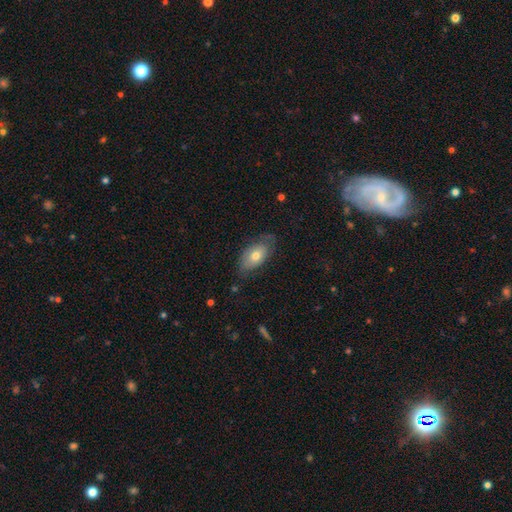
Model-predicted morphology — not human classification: Smooth or featured: smooth — 63% (featured or disk — 30%)
How rounded: in between — 91% (round — 6%)
Merging: none — 63% (minor disturbance — 27%)